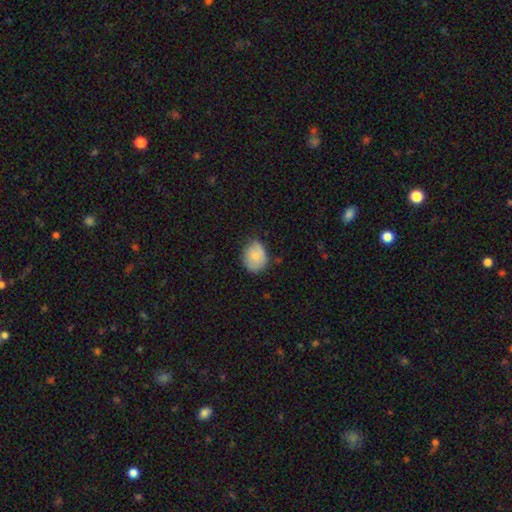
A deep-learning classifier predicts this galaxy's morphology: A smooth galaxy with no disk features (80%) that is in between round and cigar-shaped (56%).

Vote fractions:
- Smooth or featured? smooth: 80% / featured or disk: 13% / star or artifact: 7%
- How rounded? in between: 56% / round: 44% / cigar-shaped: 1%
- Merging? none: 65% / minor disturbance: 29% / major disturbance: 5% / merger: 2%